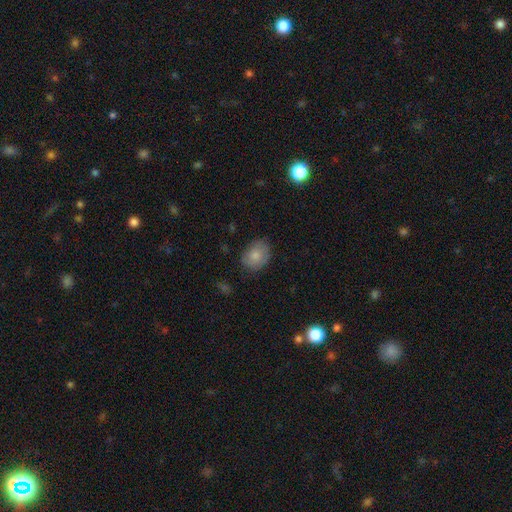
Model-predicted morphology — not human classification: Smooth or featured: smooth — 77% (featured or disk — 15%)
How rounded: in between — 68% (round — 31%)
Merging: none — 74% (minor disturbance — 20%)